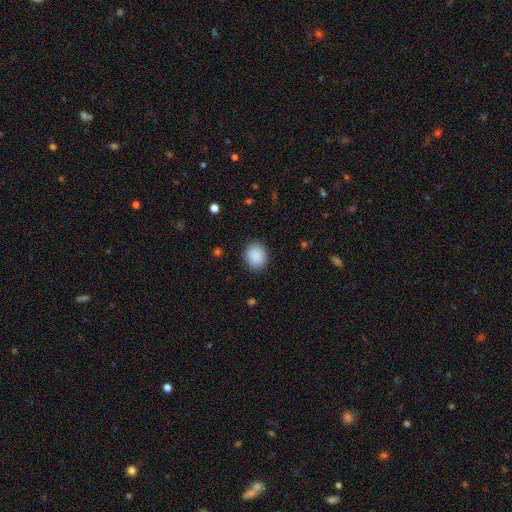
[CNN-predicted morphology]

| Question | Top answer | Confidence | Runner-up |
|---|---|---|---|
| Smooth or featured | smooth | 90% | star or artifact (7%) |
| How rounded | round | 66% | in between (33%) |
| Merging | none | 88% | minor disturbance (8%) |